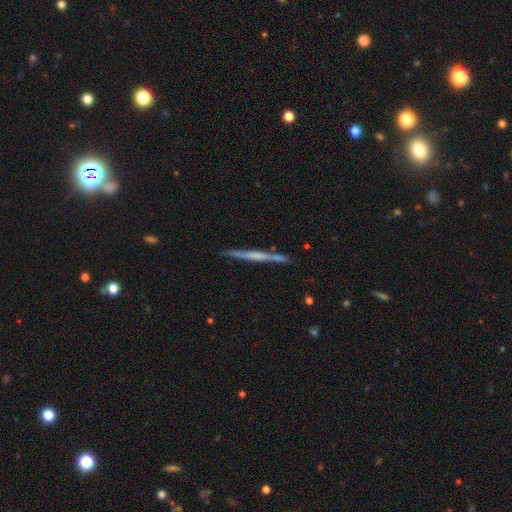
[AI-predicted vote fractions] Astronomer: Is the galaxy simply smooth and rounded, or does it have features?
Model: featured or disk — 61%.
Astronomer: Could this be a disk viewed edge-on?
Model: yes — 97%.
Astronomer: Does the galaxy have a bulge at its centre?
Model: none — 58%.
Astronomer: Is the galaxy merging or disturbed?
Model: none — 84%.